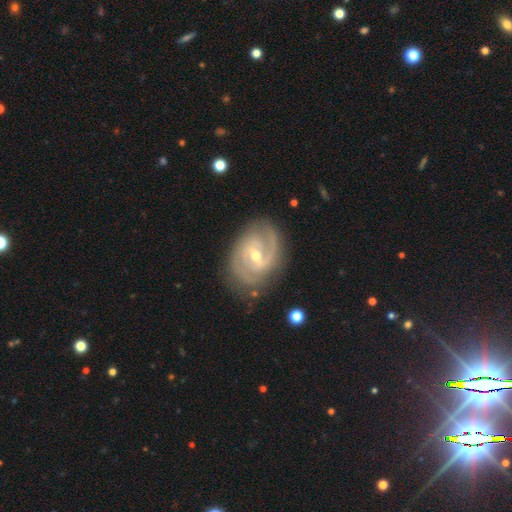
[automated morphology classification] A featured or disk galaxy (89%) with a weak bar (53%), 2 (66%) tight (50%) spiral arms (96%) and a small central bulge (49%). Merging: none (75%).